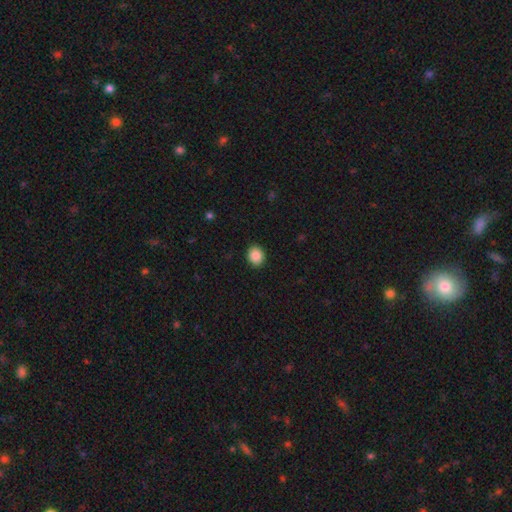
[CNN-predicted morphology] The model was most divided on "how rounded": round: 62%, in between: 37%, cigar-shaped: 1%. More confident: merging — none (91%); smooth or featured — smooth (87%).